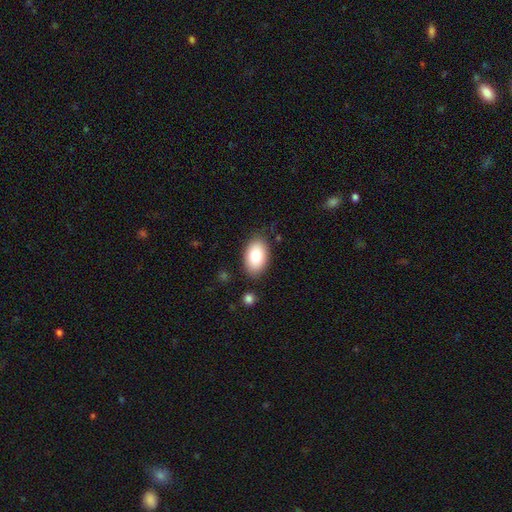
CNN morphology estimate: Overall: smooth (81%). How rounded: in between (92%). Merging: none (83%).